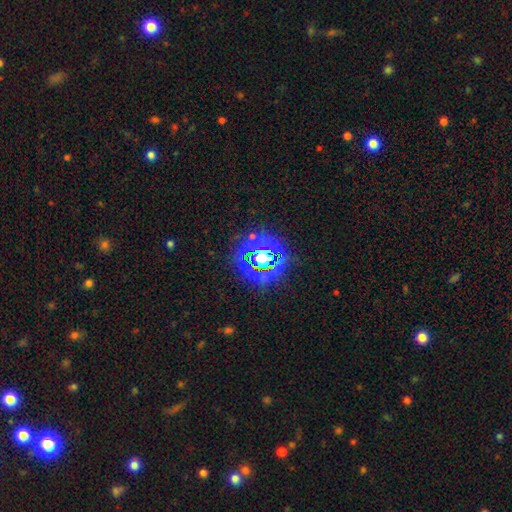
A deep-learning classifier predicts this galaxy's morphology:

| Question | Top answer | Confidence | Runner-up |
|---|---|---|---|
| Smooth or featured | star or artifact | 72% | smooth (17%) |